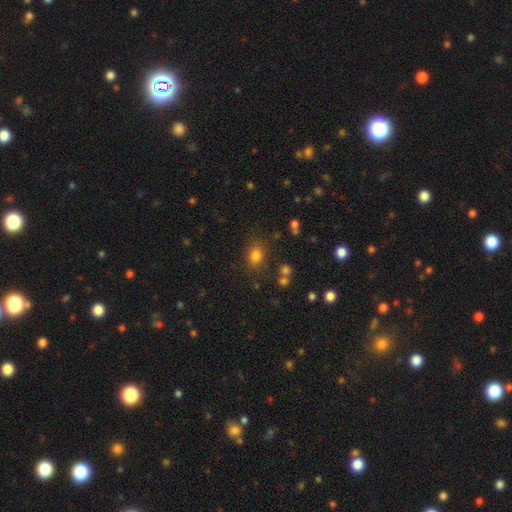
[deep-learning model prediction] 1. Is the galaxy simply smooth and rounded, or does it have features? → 79% smooth, 15% star or artifact, 7% featured or disk.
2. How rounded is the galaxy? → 53% in between, 46% round, 1% cigar-shaped.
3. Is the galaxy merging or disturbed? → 77% none, 13% minor disturbance, 5% major disturbance, 5% merger.